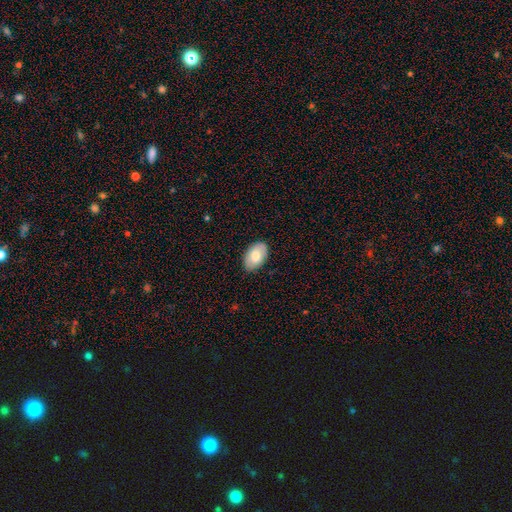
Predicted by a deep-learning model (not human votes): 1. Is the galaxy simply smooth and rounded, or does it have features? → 75% smooth, 19% featured or disk, 6% star or artifact.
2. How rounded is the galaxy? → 92% in between, 6% round, 1% cigar-shaped.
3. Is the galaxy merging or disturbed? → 86% none, 11% minor disturbance, 2% major disturbance, 1% merger.